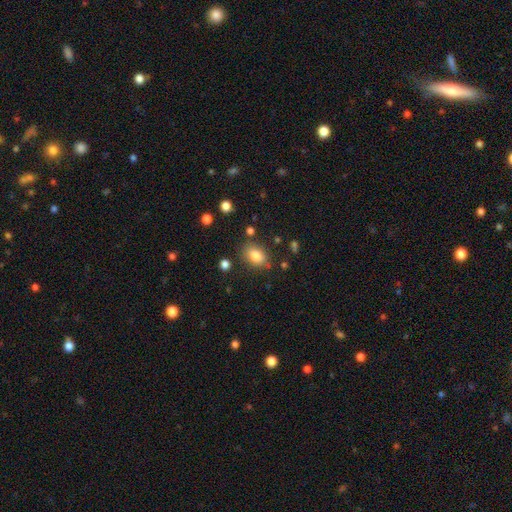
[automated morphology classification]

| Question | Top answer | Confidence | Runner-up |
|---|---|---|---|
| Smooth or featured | smooth | 83% | star or artifact (9%) |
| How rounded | in between | 80% | round (18%) |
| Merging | none | 80% | minor disturbance (13%) |